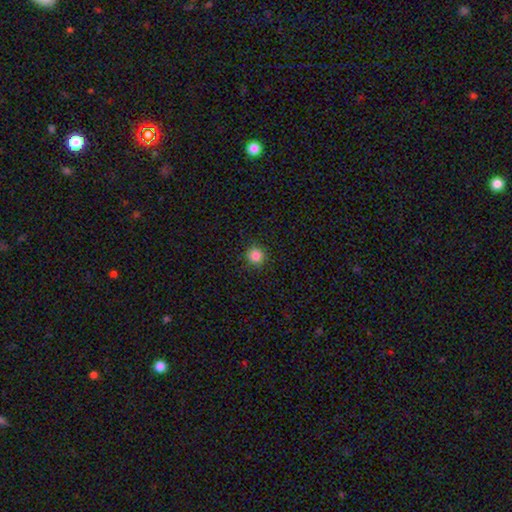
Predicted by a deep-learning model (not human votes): A smooth galaxy with no disk features (86%) that is round (94%).

Vote fractions:
- Smooth or featured? smooth: 86% / star or artifact: 11% / featured or disk: 4%
- How rounded? round: 94% / in between: 5% / cigar-shaped: 1%
- Merging? none: 92% / minor disturbance: 6% / major disturbance: 2% / merger: 1%